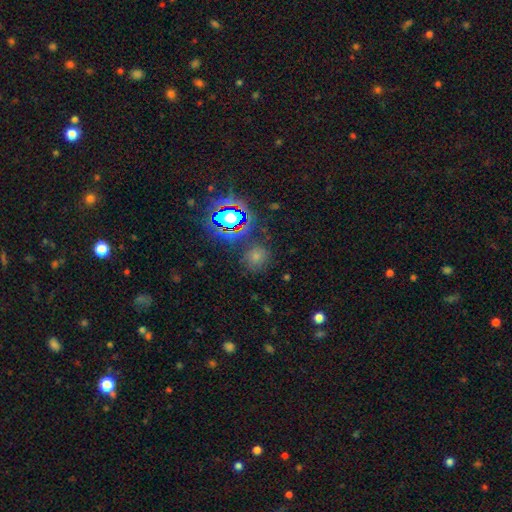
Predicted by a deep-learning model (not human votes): This appears to be a smooth galaxy with no disk features (59%) that is round (84%). Merging: none (78%).